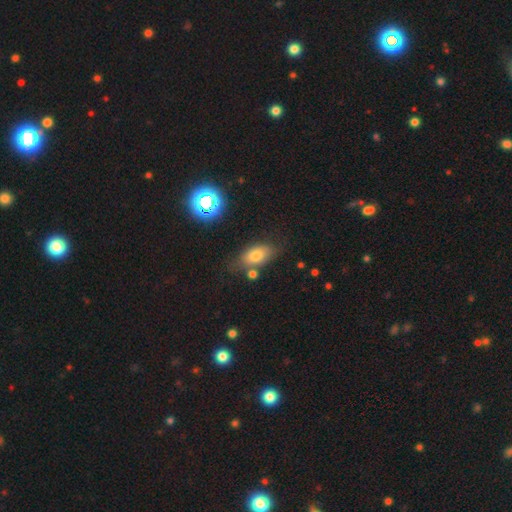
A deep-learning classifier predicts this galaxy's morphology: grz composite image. It shows a smooth galaxy with no disk features (72%) that is in between round and cigar-shaped (87%). Merging: none (65%).